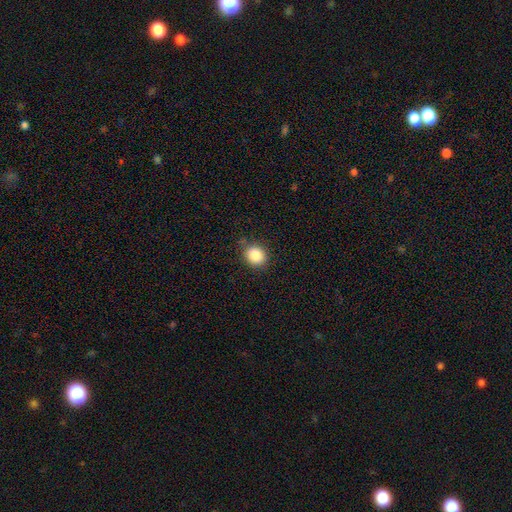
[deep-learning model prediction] Morphology: type=smooth (86%); roundness=round (74%); merging=none (83%).